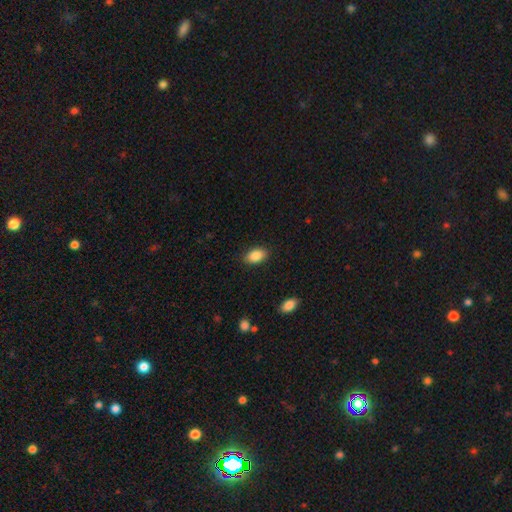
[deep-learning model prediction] The model was most divided on "merging": none: 86%, minor disturbance: 10%, major disturbance: 3%, merger: 1%. More confident: how rounded — in between (91%); smooth or featured — smooth (88%).